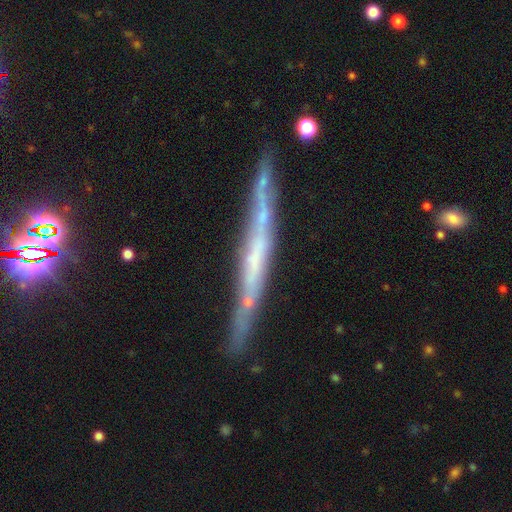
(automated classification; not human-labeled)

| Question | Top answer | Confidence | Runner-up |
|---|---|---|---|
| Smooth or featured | featured or disk | 70% | smooth (22%) |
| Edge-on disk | yes | 95% | no (5%) |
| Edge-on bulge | none | 78% | rounded (12%) |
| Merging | none | 83% | minor disturbance (13%) |